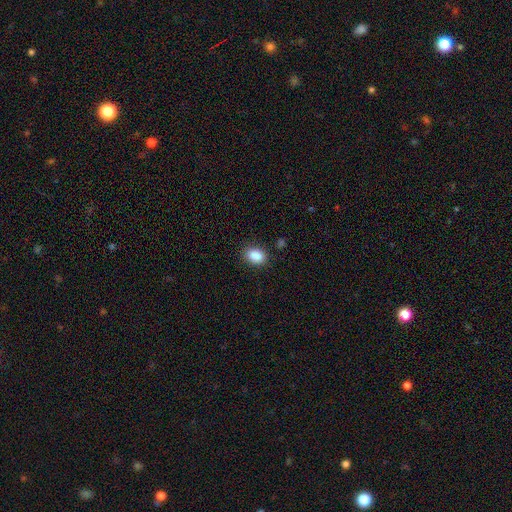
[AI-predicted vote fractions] The model was most divided on "how rounded": in between: 74%, round: 24%, cigar-shaped: 1%. More confident: smooth or featured — smooth (88%); merging — none (83%).